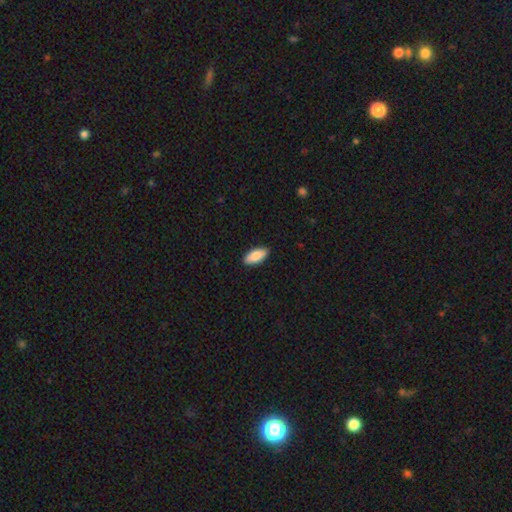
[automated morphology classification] A smooth galaxy with no disk features (85%) that is in between round and cigar-shaped (88%). Merging: none (90%).